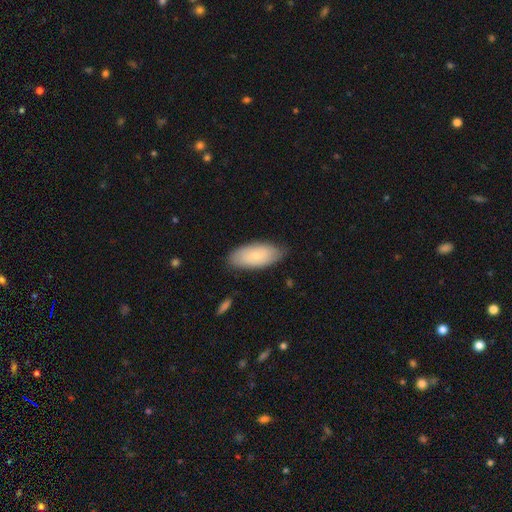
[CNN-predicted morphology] A smooth galaxy with no disk features (69%) that is in between round and cigar-shaped (89%). Merging: none (79%).